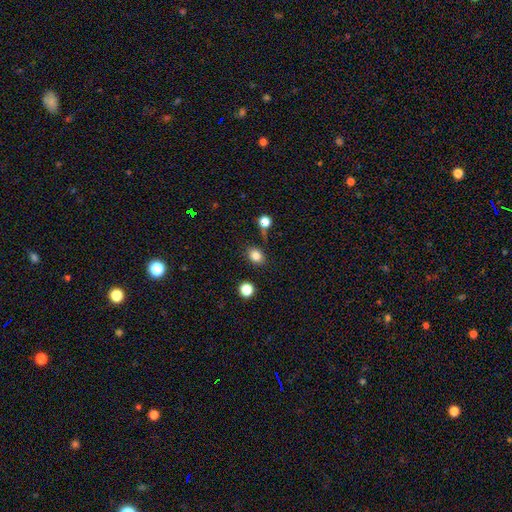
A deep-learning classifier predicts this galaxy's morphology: A smooth galaxy with no disk features (84%) that is in between round and cigar-shaped (57%).

Vote fractions:
- Smooth or featured? smooth: 84% / star or artifact: 11% / featured or disk: 5%
- How rounded? in between: 57% / round: 42% / cigar-shaped: 1%
- Merging? none: 77% / minor disturbance: 13% / merger: 6% / major disturbance: 4%